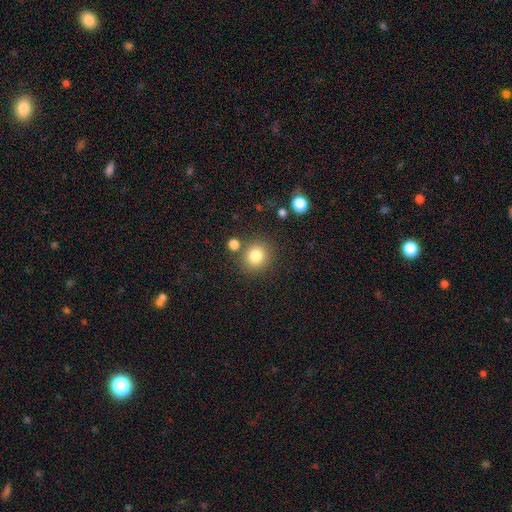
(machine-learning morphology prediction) A smooth galaxy with no disk features (81%) that is round (87%).

Vote fractions:
- Smooth or featured? smooth: 81% / star or artifact: 11% / featured or disk: 7%
- How rounded? round: 87% / in between: 12% / cigar-shaped: 1%
- Merging? none: 81% / minor disturbance: 9% / merger: 7% / major disturbance: 3%